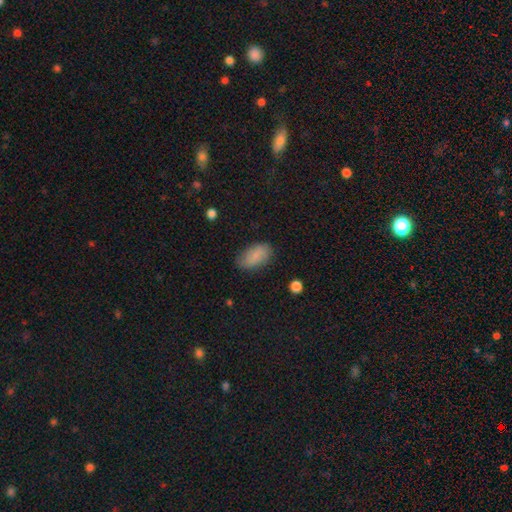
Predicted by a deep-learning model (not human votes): Smooth or featured?
  - smooth: 79% *
  - featured or disk: 13%
  - star or artifact: 7%
How rounded?
  - in between: 93% *
  - round: 5%
  - cigar-shaped: 2%
Merging?
  - none: 76% *
  - minor disturbance: 19%
  - major disturbance: 4%
  - merger: 1%